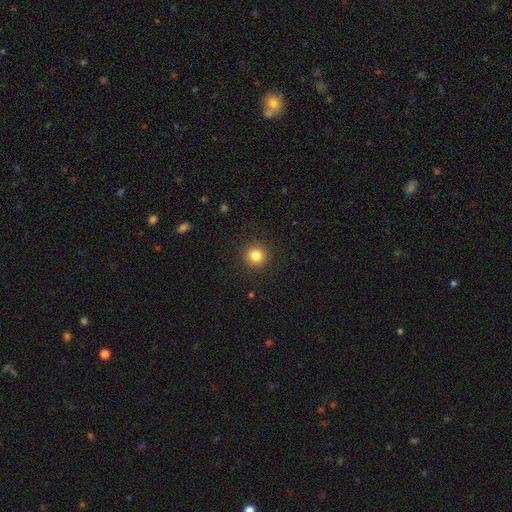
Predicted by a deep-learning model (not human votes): smooth 84%, star or artifact 11%, featured or disk 5%. Down the decision tree: how rounded — round (95%); merging — none (92%).